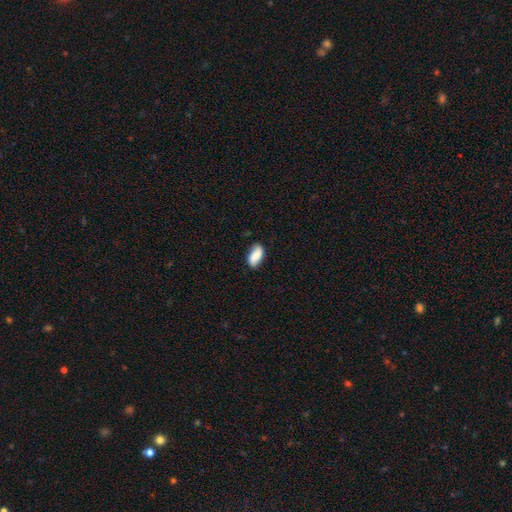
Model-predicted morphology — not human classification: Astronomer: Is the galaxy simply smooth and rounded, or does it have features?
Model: smooth — 73%.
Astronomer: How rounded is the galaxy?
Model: in between — 90%.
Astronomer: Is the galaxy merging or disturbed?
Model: none — 76%.